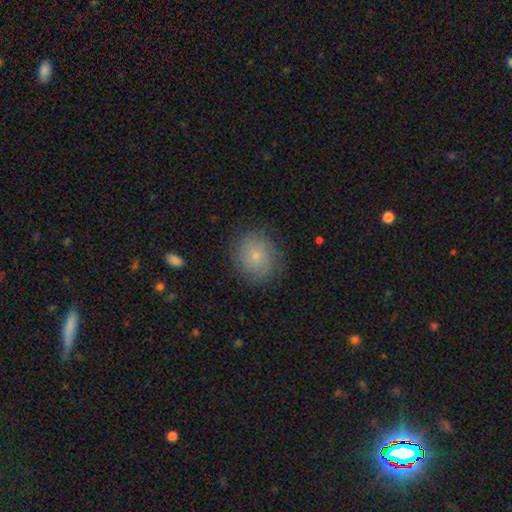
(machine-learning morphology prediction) A smooth galaxy with no disk features (59%) that is round (75%).

Vote fractions:
- Smooth or featured? smooth: 59% / featured or disk: 31% / star or artifact: 10%
- How rounded? round: 75% / in between: 24% / cigar-shaped: 1%
- Merging? none: 79% / minor disturbance: 15% / major disturbance: 5% / merger: 1%